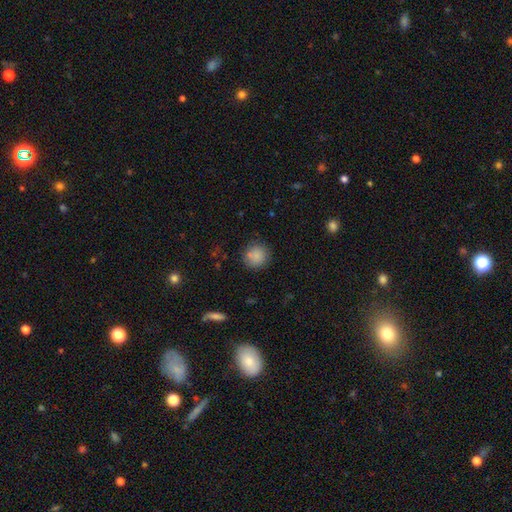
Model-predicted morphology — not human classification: Smooth or featured? Predicted: smooth (p=0.84). How rounded? Predicted: round (p=0.92). Merging? Predicted: none (p=0.80).